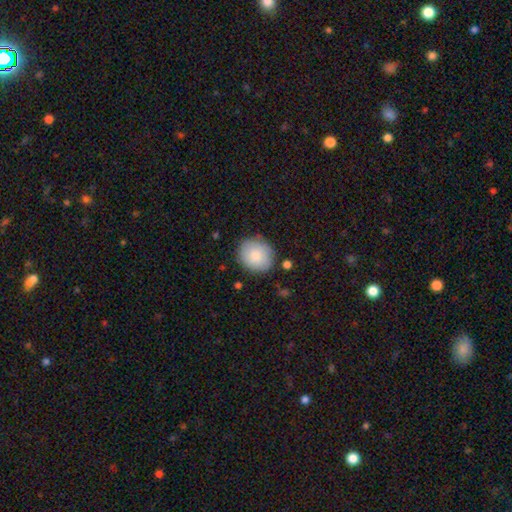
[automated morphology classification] type=smooth (80%); roundness=round (79%); merging=none (82%).